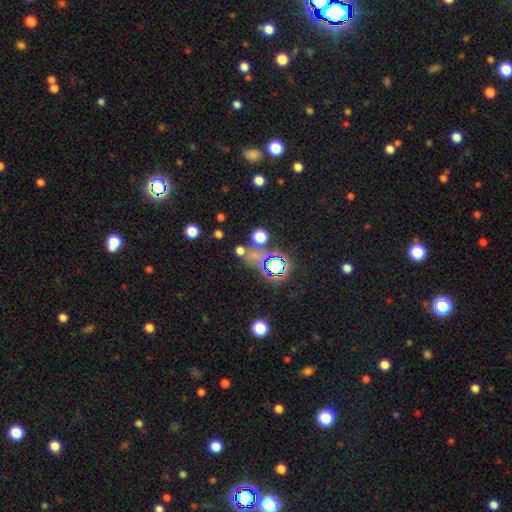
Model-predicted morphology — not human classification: Smooth or featured?
  - star or artifact: 47% *
  - smooth: 43%
  - featured or disk: 10%